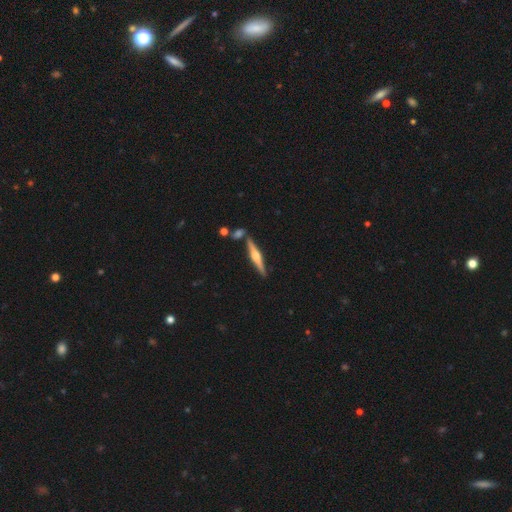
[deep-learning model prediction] Smooth or featured? featured or disk (75%)
Edge-on disk? yes (98%)
Edge-on bulge? rounded (89%)
Merging? none (82%)